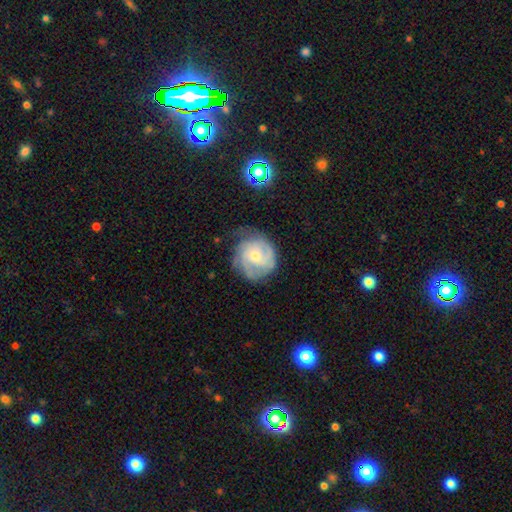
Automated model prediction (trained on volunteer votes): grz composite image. It shows a featured or disk galaxy (78%) with no bar (71%), 3 (32%) tight (58%) spiral arms (95%) and a small central bulge (62%). Merging: none (66%).